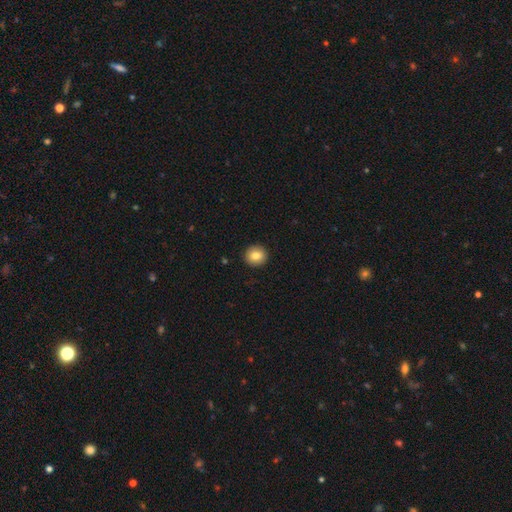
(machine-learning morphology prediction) This is clearly a smooth galaxy (84%). How rounded: clearly round (90%). Merging: clearly none (92%).